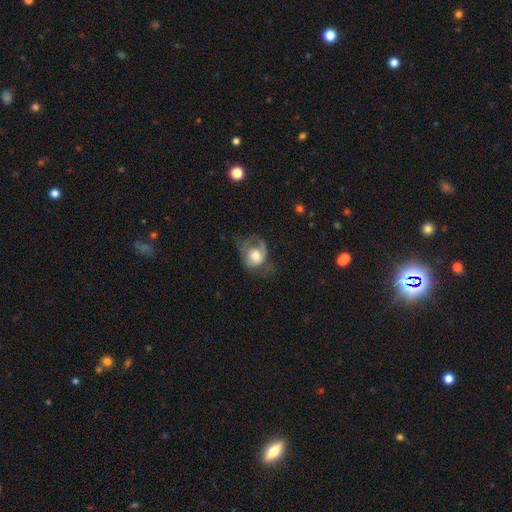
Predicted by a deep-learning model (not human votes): Overall: smooth (54%; featured or disk 38%). How rounded: round (56%; in between 43%). Merging: major disturbance (40%; none 32%).